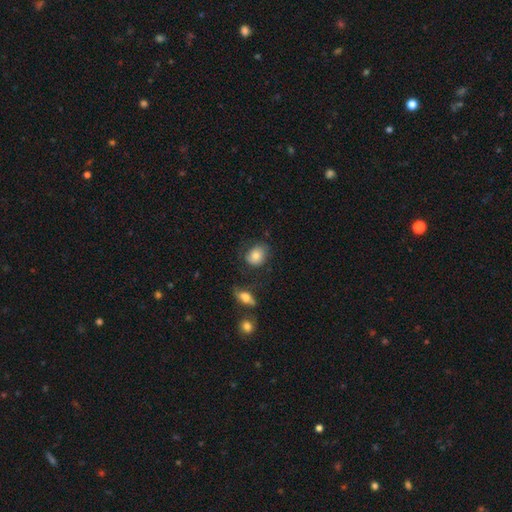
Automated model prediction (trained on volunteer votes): Smooth or featured? smooth (77%)
How rounded? round (51%)
Merging? none (62%)